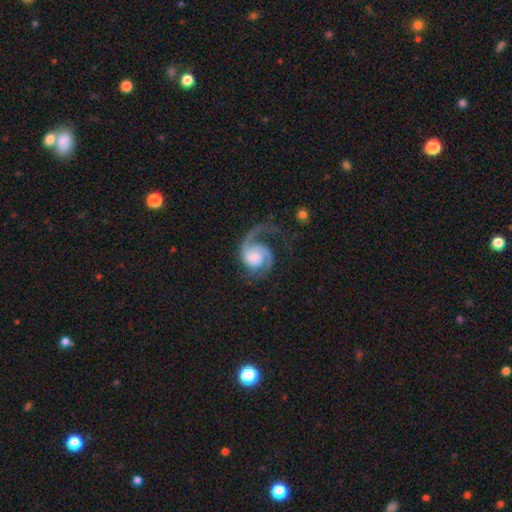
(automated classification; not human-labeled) Smooth or featured? featured or disk (87%)
Edge-on disk? no (98%)
Bar? no (71%)
Spiral arms? yes (97%)
Spiral winding? medium (45%)
Spiral arm count? 2 (66%)
Bulge size? large (34%)
Merging? none (50%)